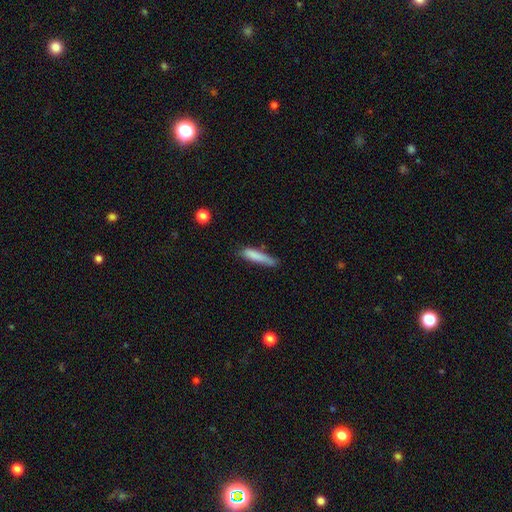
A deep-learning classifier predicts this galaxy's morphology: Smooth or featured? Predicted: smooth (p=0.81). How rounded? Predicted: cigar-shaped (p=0.86). Merging? Predicted: none (p=0.59).